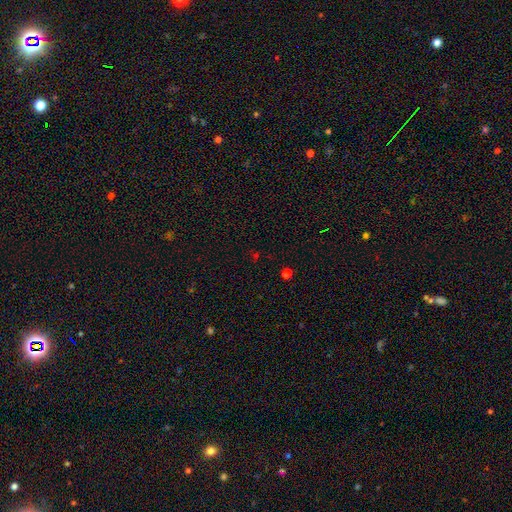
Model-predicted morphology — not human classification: A star or artifact, not a galaxy (57%).

Vote fractions:
- Smooth or featured? star or artifact: 57% / smooth: 35% / featured or disk: 8%